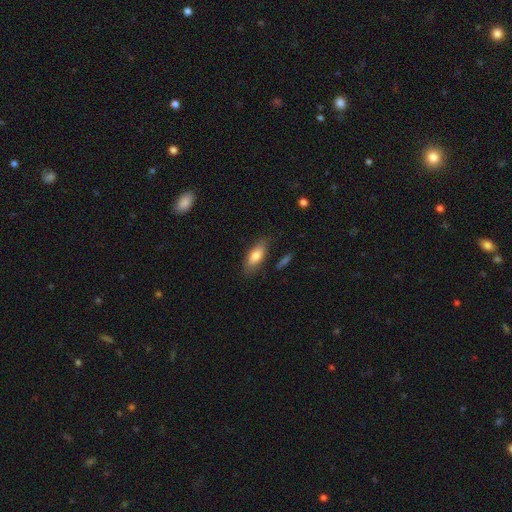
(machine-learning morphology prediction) Smooth or featured? Predicted: smooth (p=0.77). How rounded? Predicted: in between (p=0.76). Merging? Predicted: none (p=0.78).